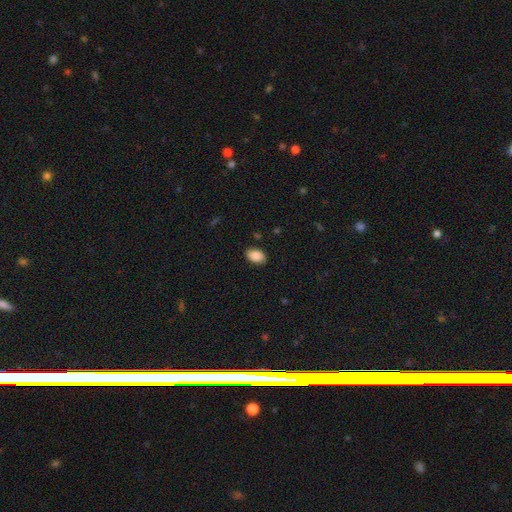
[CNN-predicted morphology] A smooth galaxy with no disk features (89%) that is in between round and cigar-shaped (88%). Merging: none (86%).